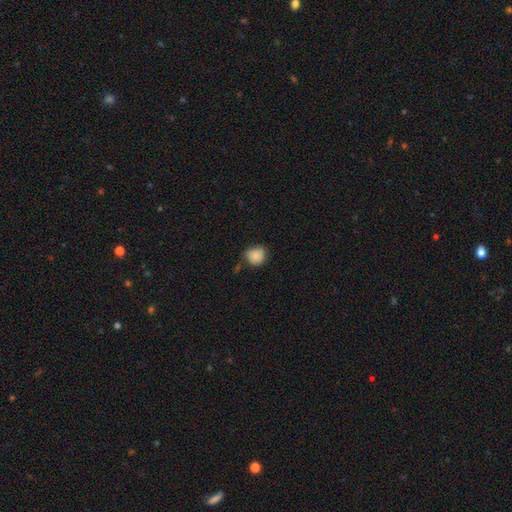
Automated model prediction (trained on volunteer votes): Smooth or featured: smooth — 82% (featured or disk — 9%)
How rounded: round — 76% (in between — 23%)
Merging: none — 50% (minor disturbance — 35%)